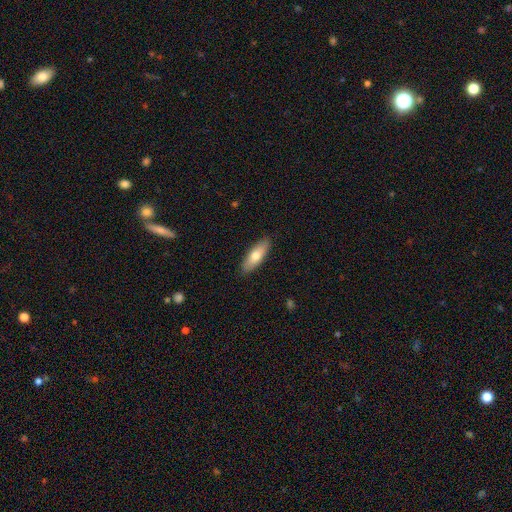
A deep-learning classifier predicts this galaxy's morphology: smooth-or-featured: smooth: 72% | featured or disk: 23% | star or artifact: 6%
  how-rounded: in between: 57% | cigar-shaped: 41% | round: 2%
  merging: none: 89% | minor disturbance: 8% | major disturbance: 2% | merger: 1%